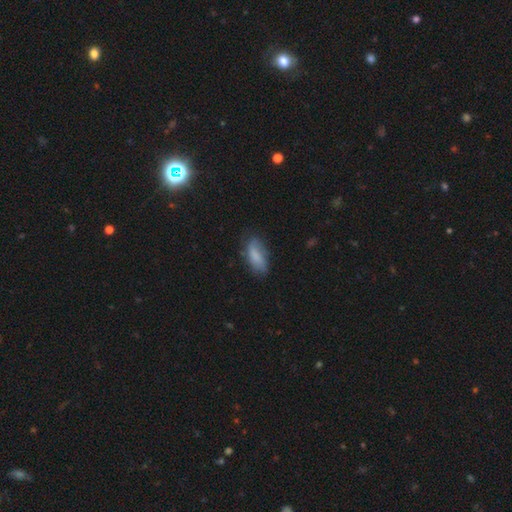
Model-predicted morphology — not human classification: Smooth or featured? Predicted: smooth (p=0.73). How rounded? Predicted: in between (p=0.84). Merging? Predicted: none (p=0.57).